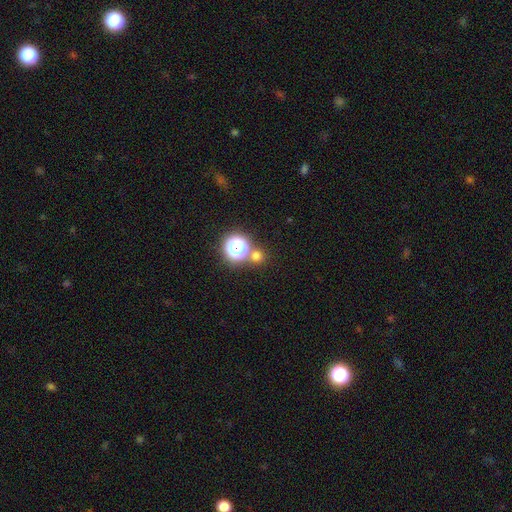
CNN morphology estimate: type=smooth (65%); roundness=round (90%); merging=none (70%).